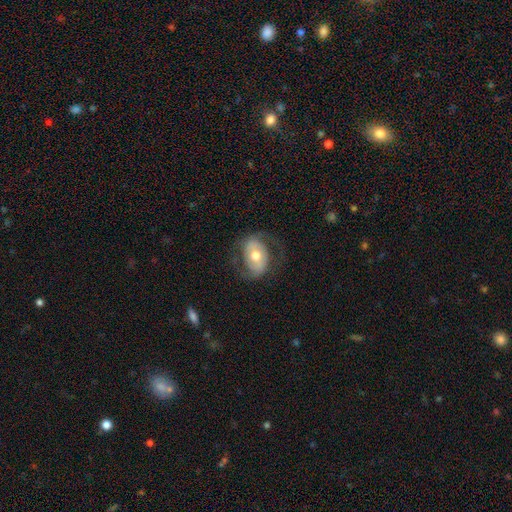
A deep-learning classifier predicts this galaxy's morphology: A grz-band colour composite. It shows a featured or disk galaxy (65%) with no bar (46%), spiral arms (76%) and a moderate central bulge (72%). Merging: none (69%).